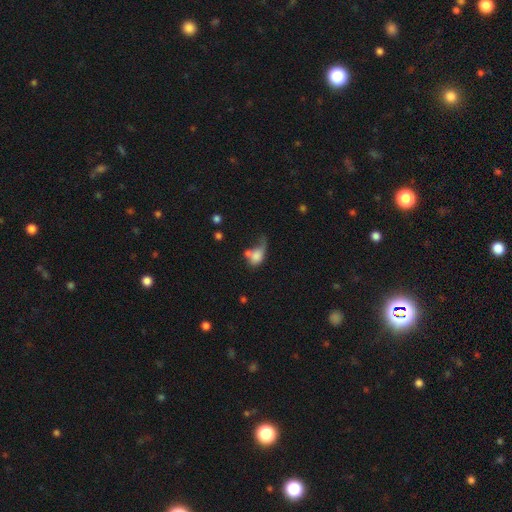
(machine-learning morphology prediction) This appears to be a smooth galaxy with no disk features (69%) that is in between round and cigar-shaped (72%). Merging: major disturbance (35%).